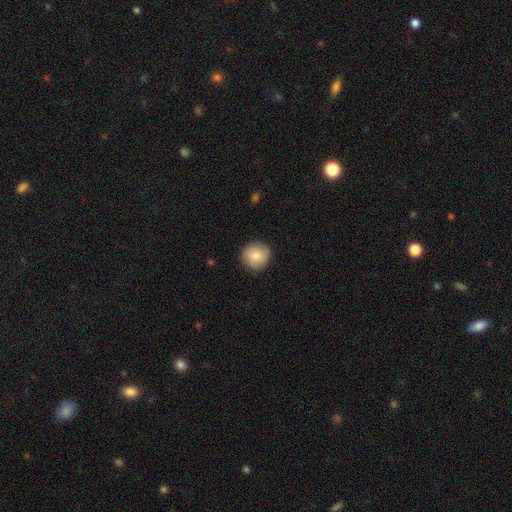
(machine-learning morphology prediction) A smooth galaxy with no disk features (80%) that is round (92%).

Vote fractions:
- Smooth or featured? smooth: 80% / featured or disk: 13% / star or artifact: 7%
- How rounded? round: 92% / in between: 7% / cigar-shaped: 1%
- Merging? none: 87% / minor disturbance: 10% / major disturbance: 2% / merger: 1%